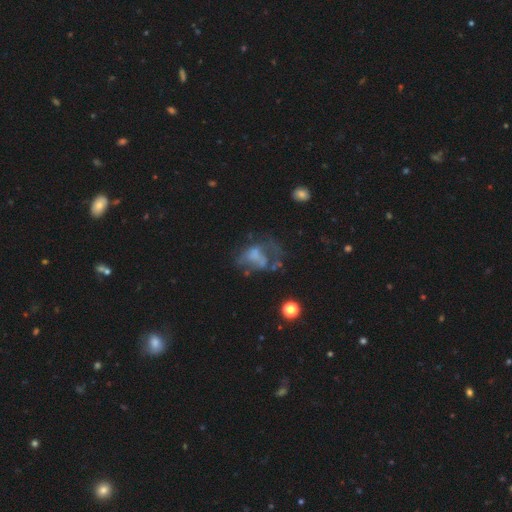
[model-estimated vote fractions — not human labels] Smooth or featured?
  - featured or disk: 50% *
  - smooth: 34%
  - star or artifact: 16%
Edge-on disk?
  - no: 97% *
  - yes: 3%
Merging?
  - major disturbance: 48% *
  - none: 24%
  - minor disturbance: 17%
  - merger: 11%